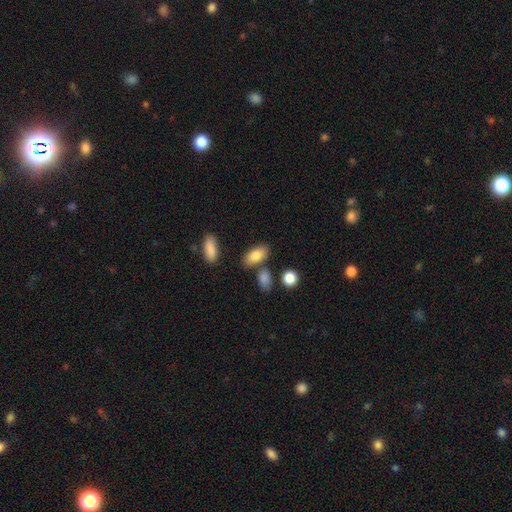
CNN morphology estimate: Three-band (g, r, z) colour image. It shows a smooth galaxy with no disk features (82%) that is in between round and cigar-shaped (89%). Merging: none (75%).